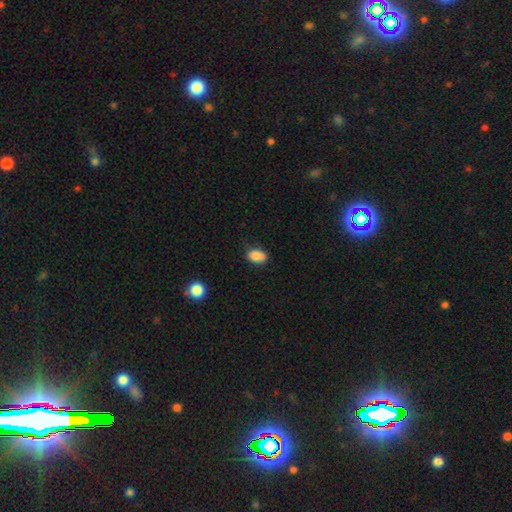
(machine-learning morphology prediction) Smooth or featured? smooth (86%)
How rounded? in between (85%)
Merging? none (68%)